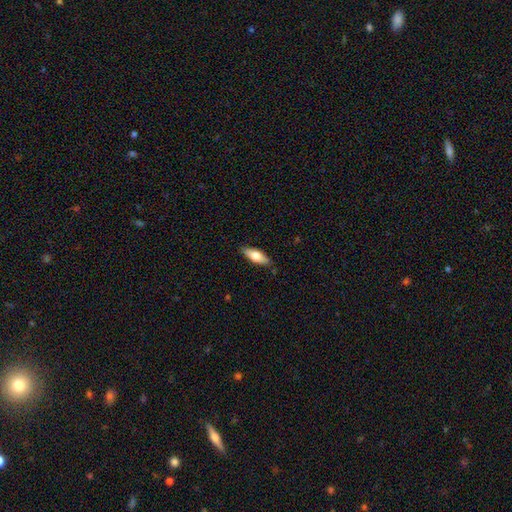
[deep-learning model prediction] A smooth galaxy with no disk features (66%) that is in between round and cigar-shaped (68%). Merging: none (85%).